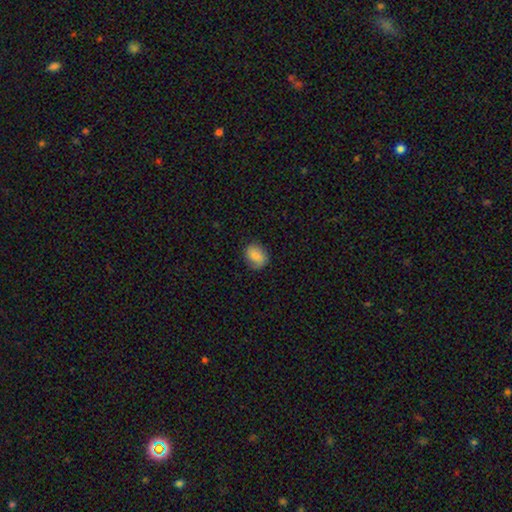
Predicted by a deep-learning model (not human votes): Overall: smooth (80%). How rounded: round (53%; in between 46%). Merging: none (77%).